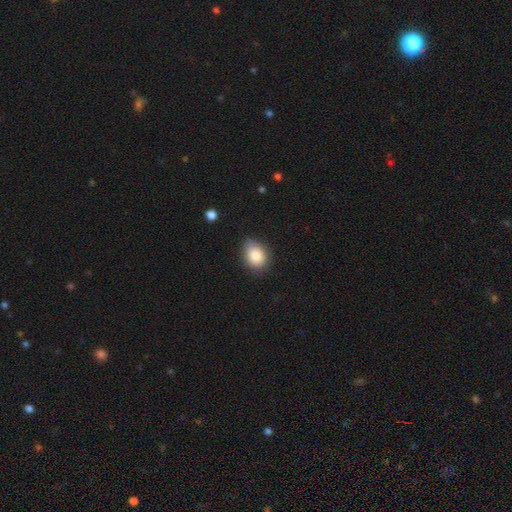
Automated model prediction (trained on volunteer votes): Smooth or featured?
  - smooth: 84% *
  - star or artifact: 8%
  - featured or disk: 8%
How rounded?
  - in between: 65% *
  - round: 34%
  - cigar-shaped: 1%
Merging?
  - none: 75% *
  - minor disturbance: 20%
  - major disturbance: 3%
  - merger: 1%